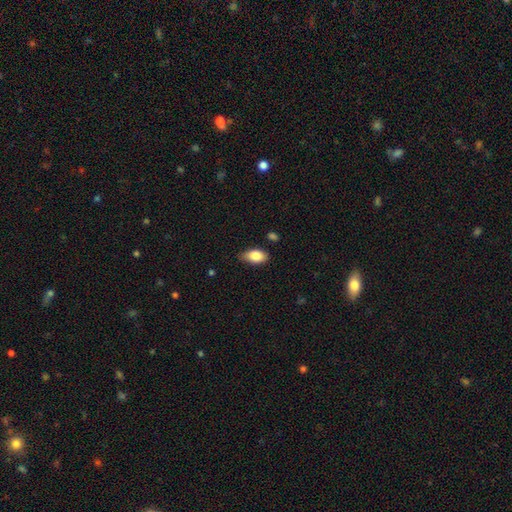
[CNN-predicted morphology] Overall: smooth (84%). How rounded: in between (91%). Merging: none (72%).